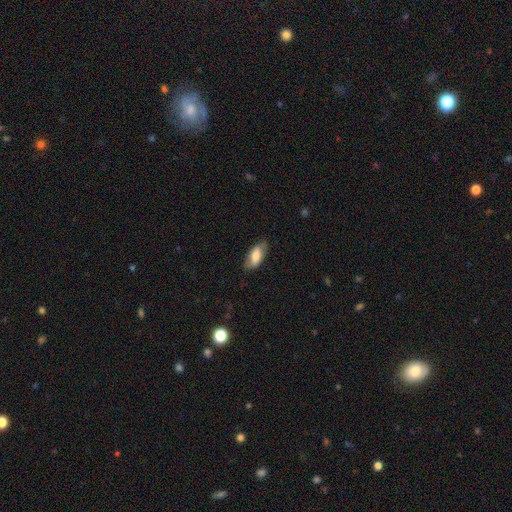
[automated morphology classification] The model was most divided on "smooth or featured": smooth: 66%, featured or disk: 27%, star or artifact: 7%. More confident: how rounded — in between (88%); merging — none (76%).